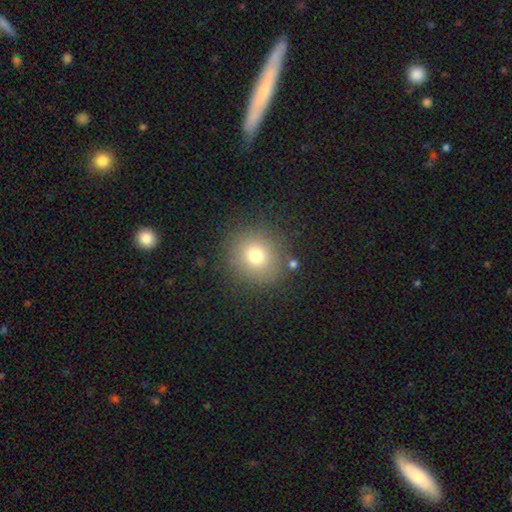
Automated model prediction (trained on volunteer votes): This appears to be a smooth galaxy with no disk features (74%) that is round (87%). Merging: none (85%).